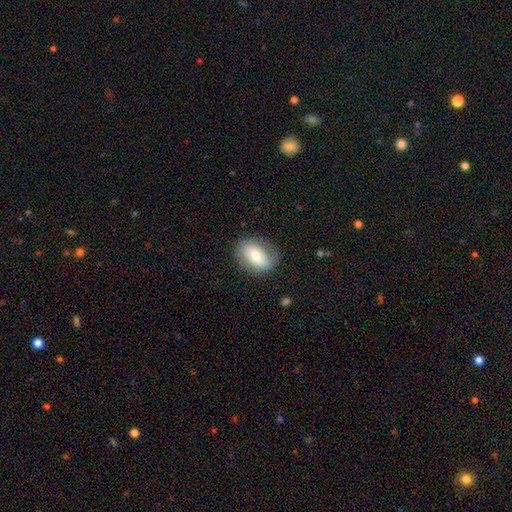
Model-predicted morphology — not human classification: A smooth galaxy with no disk features (63%) that is in between round and cigar-shaped (78%).

Vote fractions:
- Smooth or featured? smooth: 63% / featured or disk: 31% / star or artifact: 7%
- How rounded? in between: 78% / round: 21% / cigar-shaped: 1%
- Merging? none: 77% / minor disturbance: 17% / major disturbance: 6% / merger: 1%